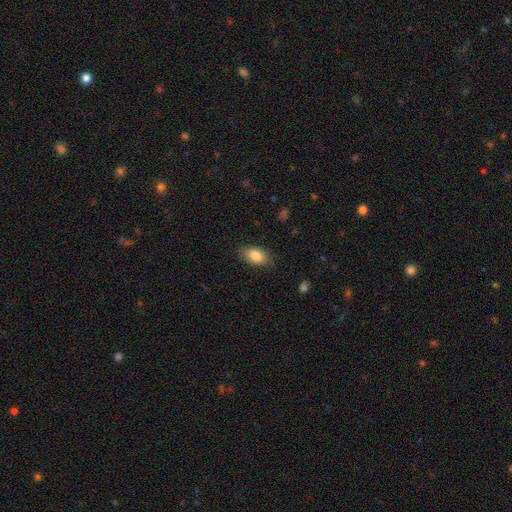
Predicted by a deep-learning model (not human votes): smooth 86%, featured or disk 7%, star or artifact 7%. Down the decision tree: how rounded — in between (92%); merging — none (81%).